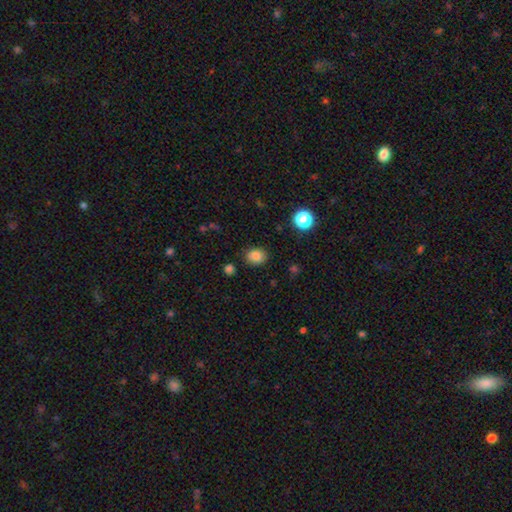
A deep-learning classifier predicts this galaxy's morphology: Smooth or featured? Predicted: smooth (p=0.83). How rounded? Predicted: round (p=0.53). Merging? Predicted: none (p=0.84).